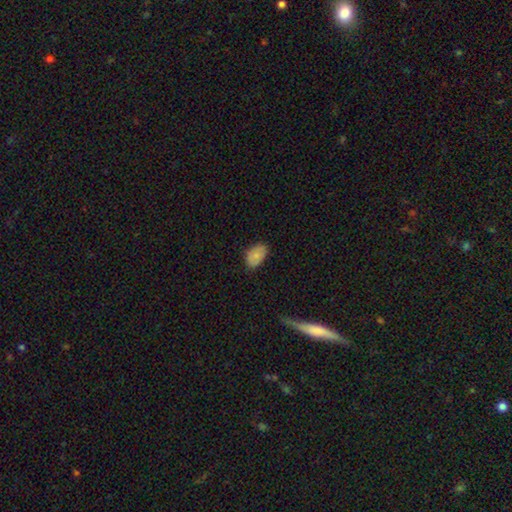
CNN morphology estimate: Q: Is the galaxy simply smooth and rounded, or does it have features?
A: smooth — 80%.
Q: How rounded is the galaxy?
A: in between — 89%.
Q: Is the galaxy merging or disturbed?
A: none — 76%.